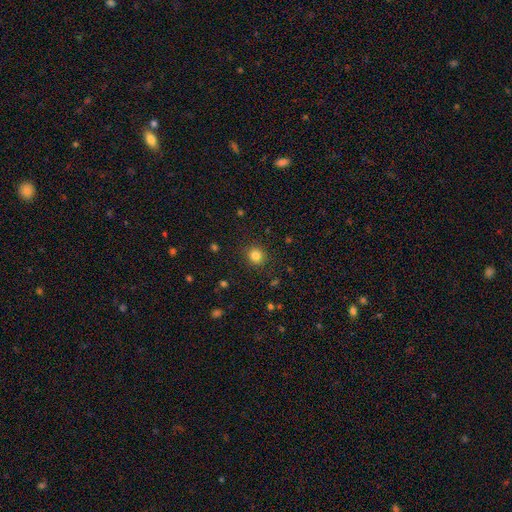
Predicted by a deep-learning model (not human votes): smooth 82%, star or artifact 13%, featured or disk 5%. Down the decision tree: how rounded — round (88%); merging — none (90%).